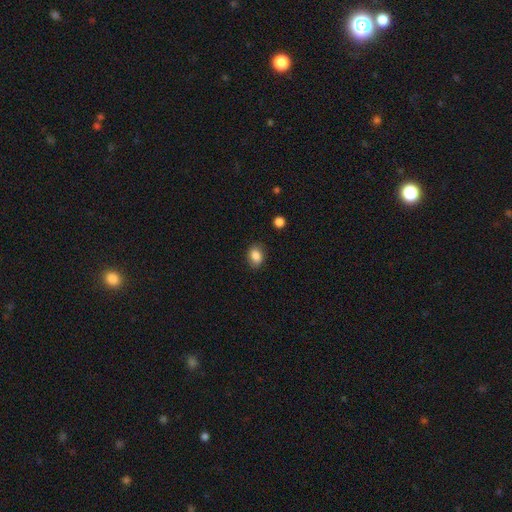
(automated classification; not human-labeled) Smooth or featured? smooth (86%)
How rounded? in between (65%)
Merging? none (83%)